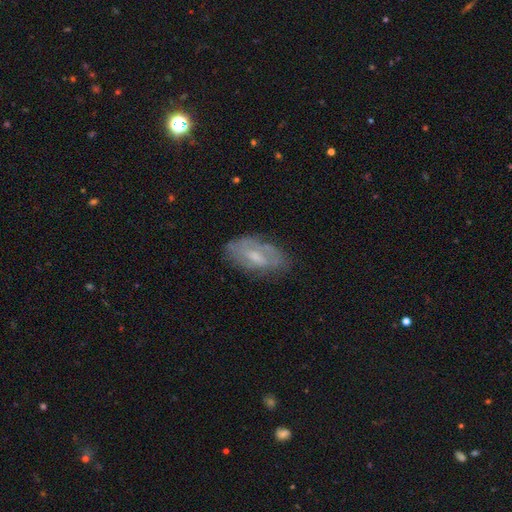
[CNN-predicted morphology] smooth-or-featured: featured or disk: 52% | smooth: 40% | star or artifact: 8%
  disk-edge-on: no: 90% | yes: 10%
  merging: none: 66% | minor disturbance: 24% | major disturbance: 9% | merger: 2%